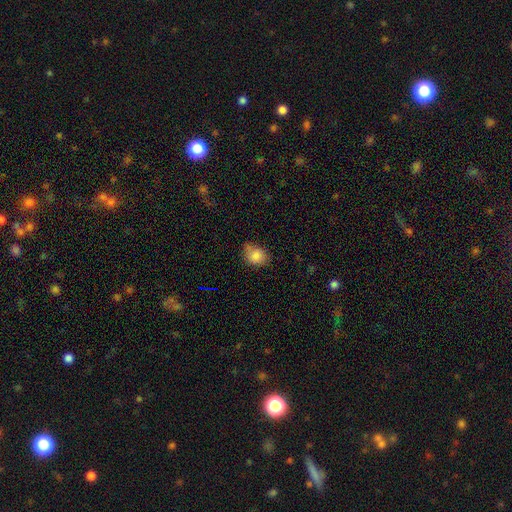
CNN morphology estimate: This appears to be a smooth galaxy with no disk features (84%) that is in between round and cigar-shaped (53%). Merging: none (58%).